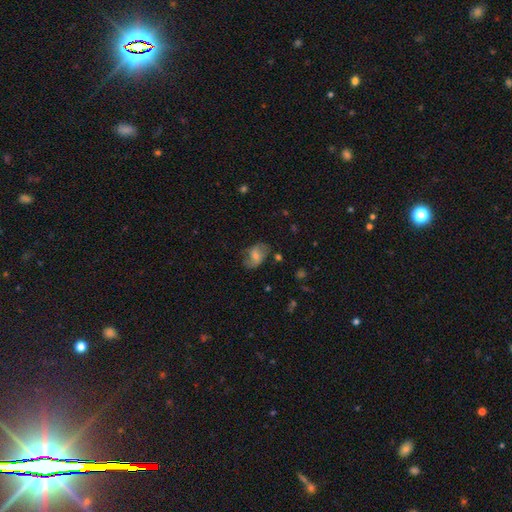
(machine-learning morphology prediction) Smooth or featured? Predicted: smooth (p=0.49). Merging? Predicted: none (p=0.61).